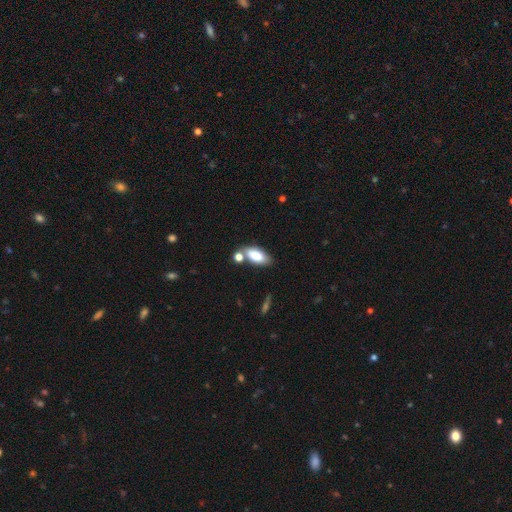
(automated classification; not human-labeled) Q: Smooth or featured?
A: smooth (81%); runner-up: featured or disk (12%)
Q: How rounded?
A: in between (88%); runner-up: cigar-shaped (8%)
Q: Merging?
A: none (58%); runner-up: merger (23%)